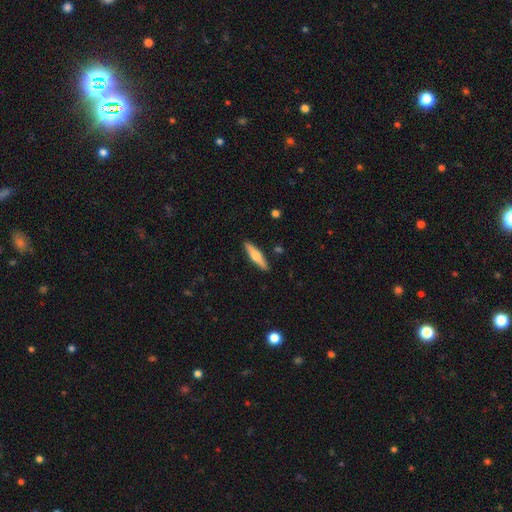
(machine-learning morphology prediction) smooth_or_featured: smooth (p=0.48) [alt: featured or disk p=0.46]
merging: none (p=0.90) [alt: minor disturbance p=0.07]